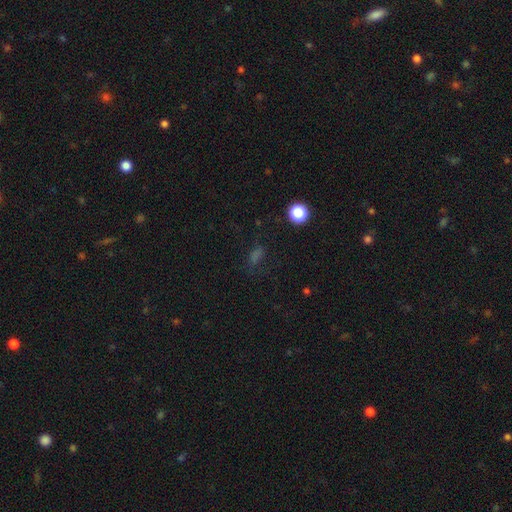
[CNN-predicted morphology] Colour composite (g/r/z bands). It shows a smooth galaxy with no disk features (53%) that is in between round and cigar-shaped (61%). Merging: none (68%).